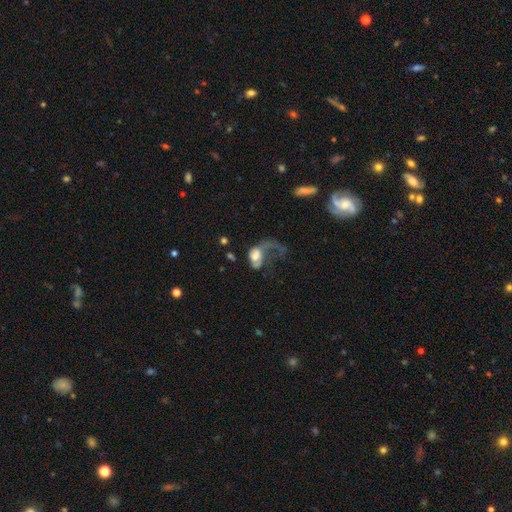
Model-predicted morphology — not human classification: A featured or disk galaxy (46%).

Vote fractions:
- Smooth or featured? featured or disk: 46% / smooth: 44% / star or artifact: 9%
- Merging? major disturbance: 70% / none: 12% / minor disturbance: 9% / merger: 9%